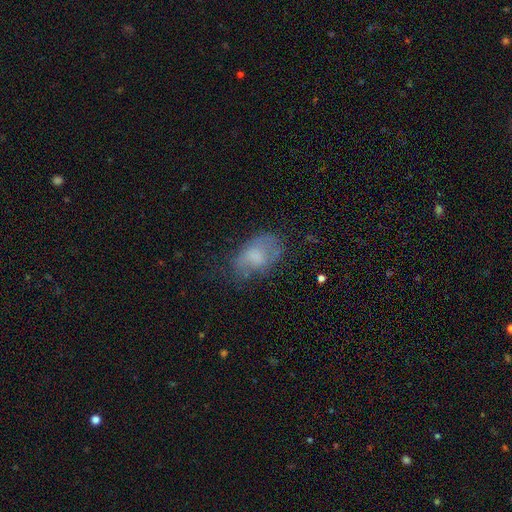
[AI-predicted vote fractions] A smooth galaxy with no disk features (60%) that is in between round and cigar-shaped (88%). Merging: none (46%).